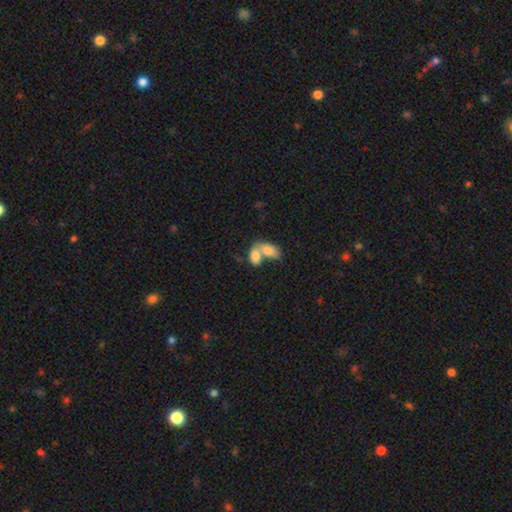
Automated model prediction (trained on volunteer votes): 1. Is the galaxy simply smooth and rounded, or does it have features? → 78% smooth, 15% featured or disk, 7% star or artifact.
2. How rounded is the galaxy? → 88% in between, 10% round, 2% cigar-shaped.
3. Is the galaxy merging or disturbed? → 77% merger, 14% none, 5% minor disturbance, 4% major disturbance.